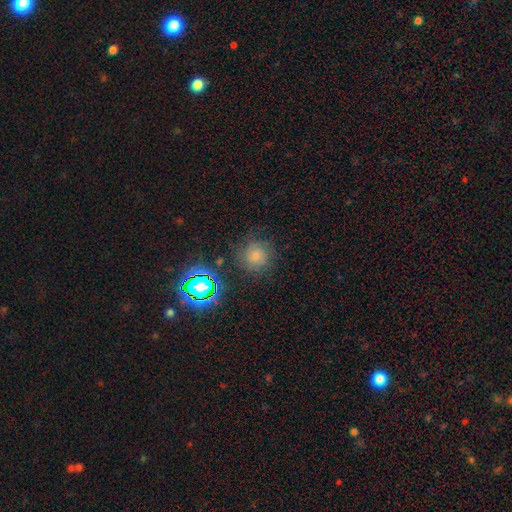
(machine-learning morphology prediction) This is likely a smooth galaxy (61%). How rounded: clearly round (92%). Merging: likely none (77%).